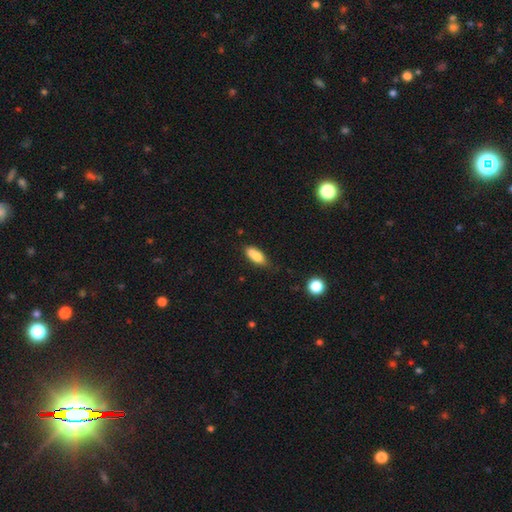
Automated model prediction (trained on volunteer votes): This is likely a smooth galaxy (76%). How rounded: likely in between (74%). Merging: possibly none (53%).